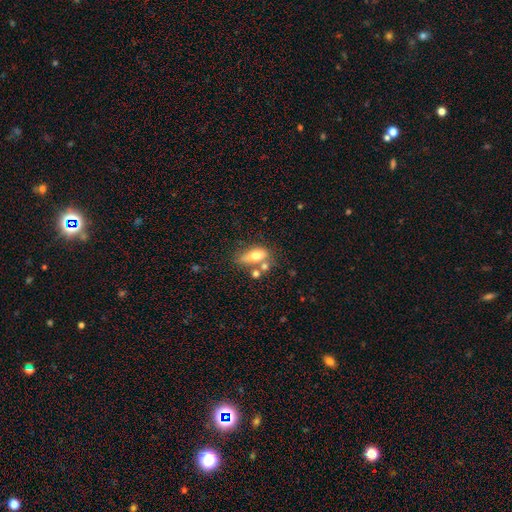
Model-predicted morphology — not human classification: type=smooth (64%); roundness=in between (71%); merging=none (49%).